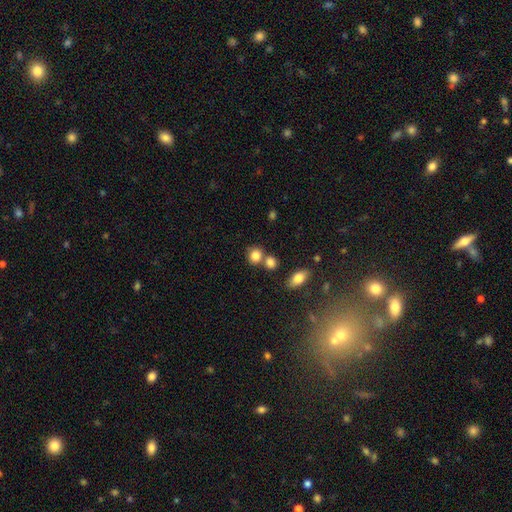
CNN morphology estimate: Smooth or featured: smooth — 83% (star or artifact — 10%)
How rounded: round — 80% (in between — 19%)
Merging: none — 59% (merger — 28%)